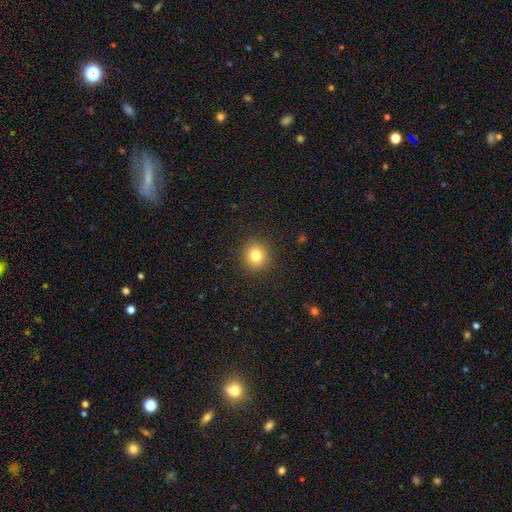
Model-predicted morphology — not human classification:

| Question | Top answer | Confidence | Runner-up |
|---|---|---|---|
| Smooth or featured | smooth | 80% | star or artifact (12%) |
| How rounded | round | 91% | in between (8%) |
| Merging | none | 90% | minor disturbance (6%) |